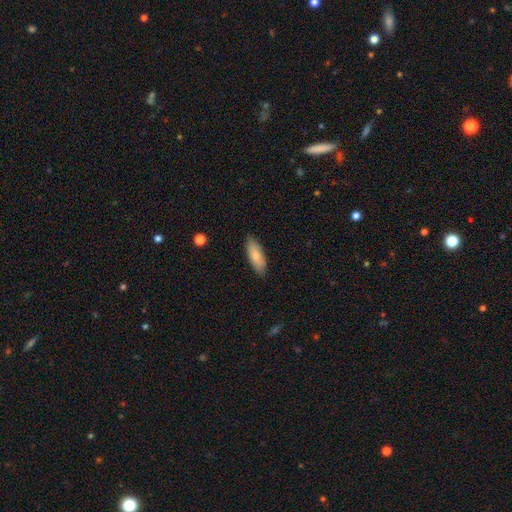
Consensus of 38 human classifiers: Smooth or featured?
  - smooth: 71% *
  - featured or disk: 26%
  - star or artifact: 3%
How rounded?
  - in between: 78% *
  - cigar-shaped: 22%
  - round: 0%
Merging?
  - none: 89% *
  - minor disturbance: 11%
  - major disturbance: 0%
  - merger: 0%